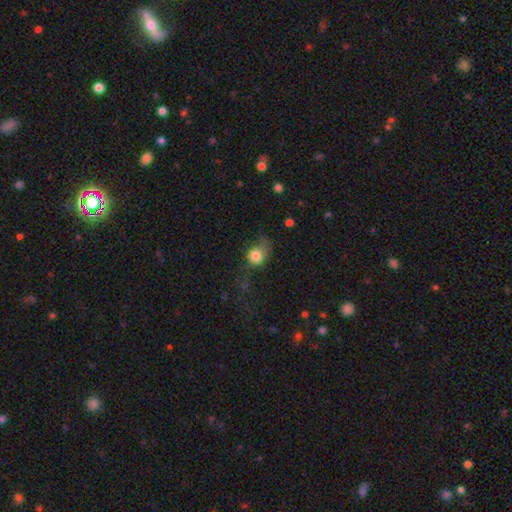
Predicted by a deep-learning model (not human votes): This is likely a smooth galaxy (76%). How rounded: likely round (65%). Merging: marginally major disturbance (38%).